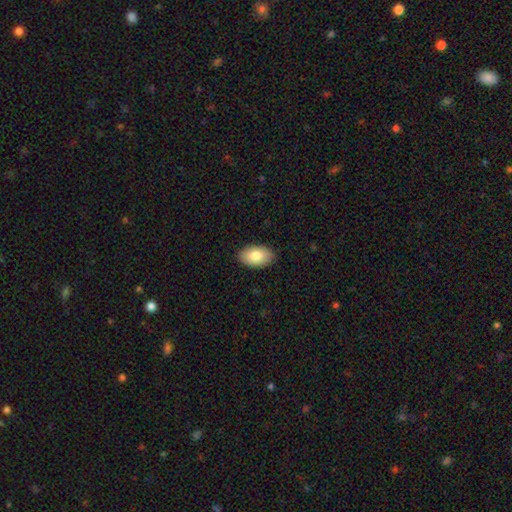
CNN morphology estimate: Smooth or featured: smooth — 80% (featured or disk — 13%)
How rounded: in between — 94% (round — 5%)
Merging: none — 89% (minor disturbance — 9%)